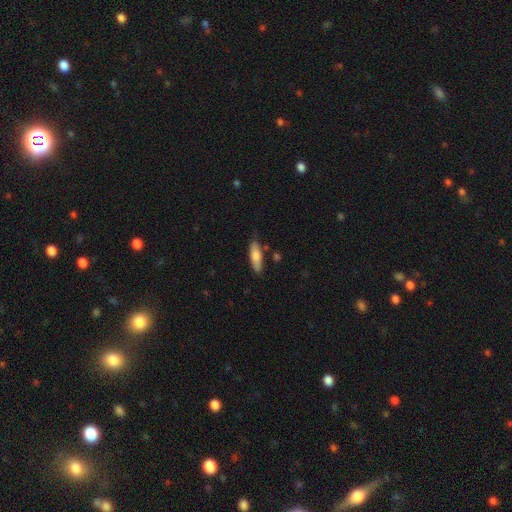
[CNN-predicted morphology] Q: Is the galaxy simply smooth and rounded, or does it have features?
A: smooth — 76%.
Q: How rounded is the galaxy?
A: cigar-shaped — 52%.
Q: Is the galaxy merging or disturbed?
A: none — 79%.